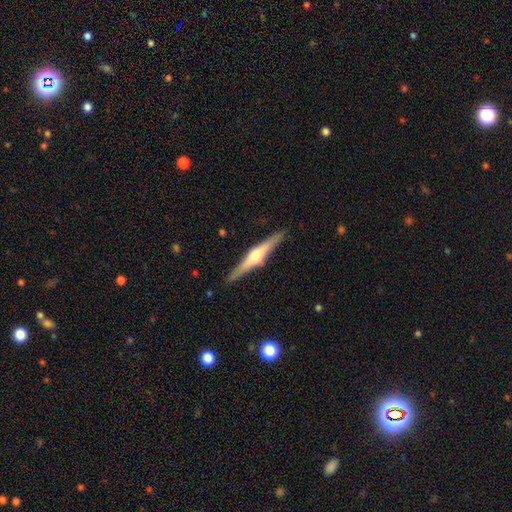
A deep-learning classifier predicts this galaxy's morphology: Smooth or featured? featured or disk (75%)
Edge-on disk? yes (98%)
Edge-on bulge? rounded (89%)
Merging? none (90%)